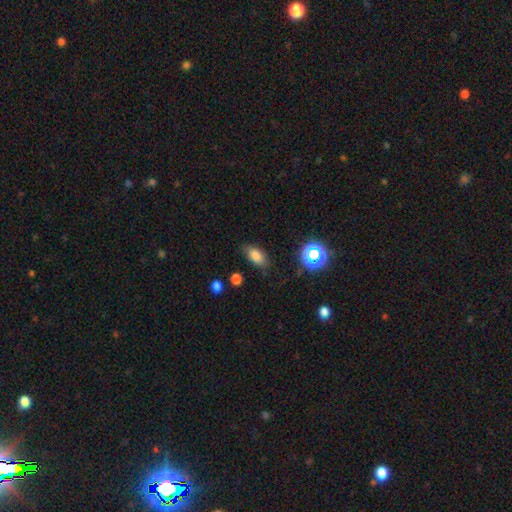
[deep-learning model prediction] Overall: smooth (79%). How rounded: in between (88%). Merging: none (77%).